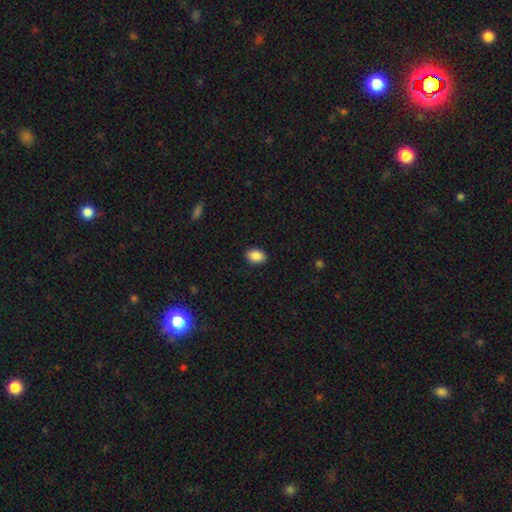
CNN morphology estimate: Smooth or featured: smooth — 88% (star or artifact — 8%)
How rounded: in between — 84% (round — 15%)
Merging: none — 89% (minor disturbance — 8%)